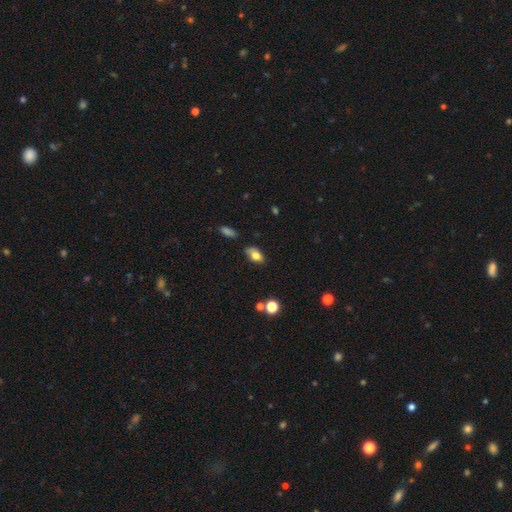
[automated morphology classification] The model was most divided on "merging": none: 62%, minor disturbance: 27%, major disturbance: 6%, merger: 5%. More confident: how rounded — in between (86%); smooth or featured — smooth (75%).